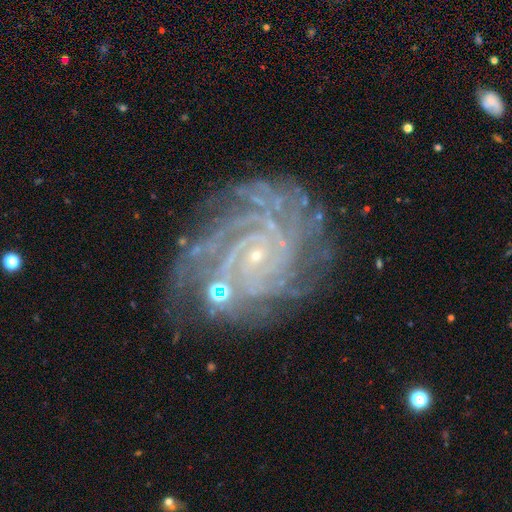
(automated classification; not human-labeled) Overall: featured or disk (89%). Edge-on disk: no (98%). Bar: no (69%). Spiral arms: yes (98%). Spiral arm count: 4 (24%; more than 4 21%). Spiral winding: tight (81%). Bulge size: small (89%). Merging: none (71%).